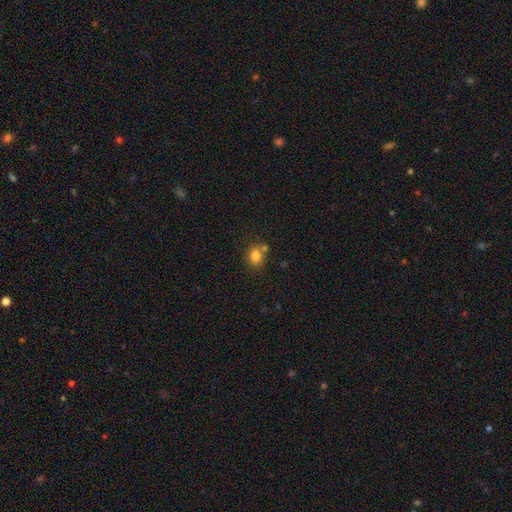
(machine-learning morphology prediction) Overall: smooth (81%). How rounded: round (67%; in between 32%). Merging: none (65%).